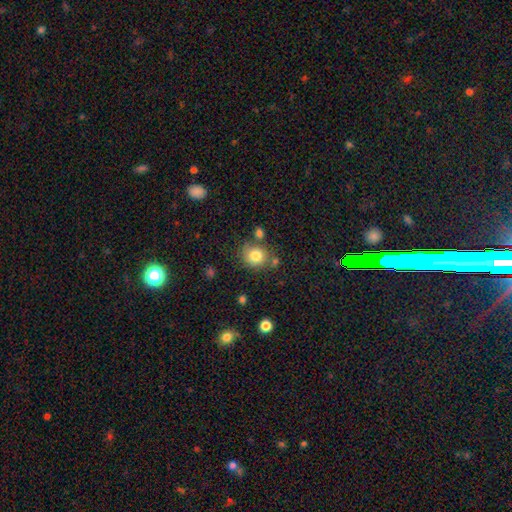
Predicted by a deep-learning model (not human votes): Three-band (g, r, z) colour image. It shows a smooth galaxy with no disk features (81%) that is round (80%). Merging: none (70%).